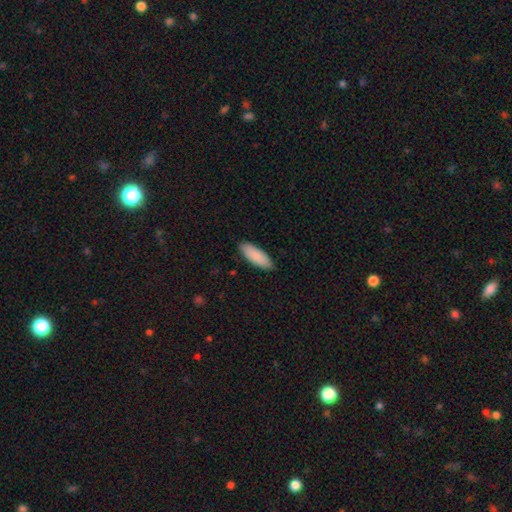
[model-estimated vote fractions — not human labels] A smooth galaxy with no disk features (89%) that is in between round and cigar-shaped (71%).

Vote fractions:
- Smooth or featured? smooth: 89% / featured or disk: 6% / star or artifact: 5%
- How rounded? in between: 71% / cigar-shaped: 28% / round: 1%
- Merging? none: 87% / minor disturbance: 11% / major disturbance: 2% / merger: 1%